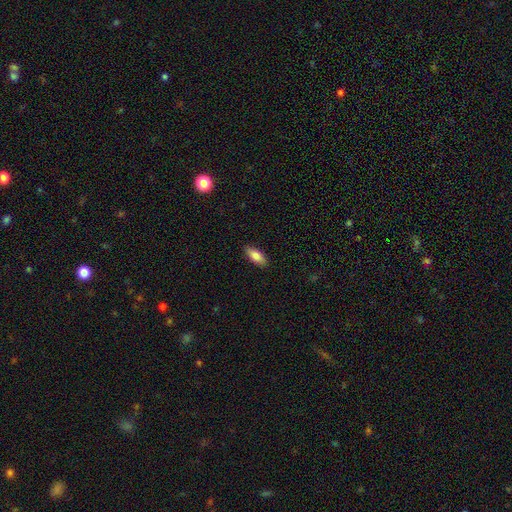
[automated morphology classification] Smooth or featured: smooth — 83% (featured or disk — 10%)
How rounded: in between — 82% (cigar-shaped — 16%)
Merging: none — 88% (minor disturbance — 9%)